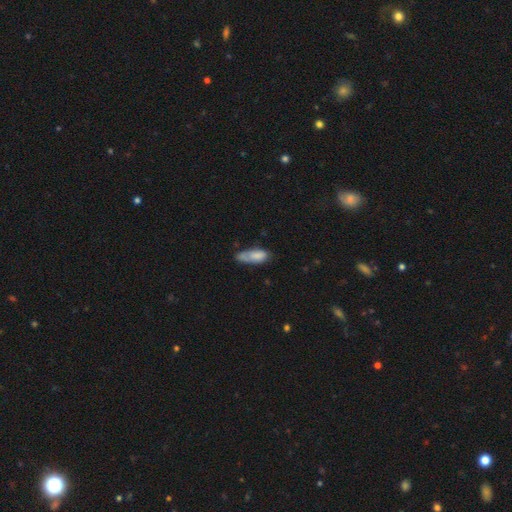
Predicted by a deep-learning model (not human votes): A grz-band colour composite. It shows a smooth galaxy with no disk features (75%) that is in between round and cigar-shaped (72%). Merging: none (42%).